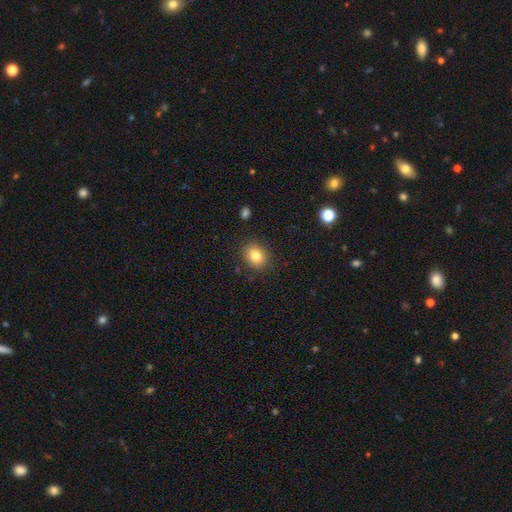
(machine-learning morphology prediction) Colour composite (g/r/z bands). It shows a smooth galaxy with no disk features (81%) that is round (64%). Merging: none (87%).